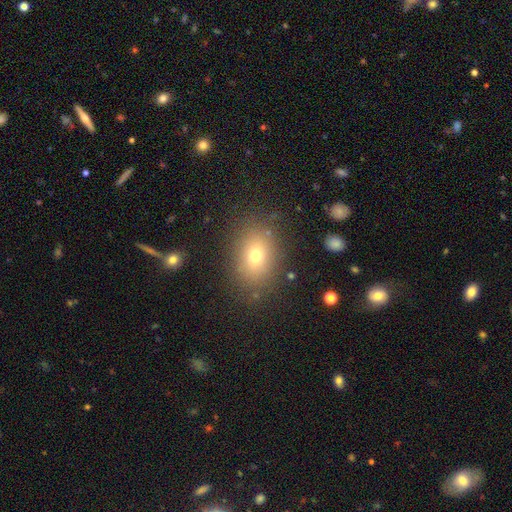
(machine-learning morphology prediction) Smooth or featured? smooth (71%)
How rounded? in between (68%)
Merging? none (83%)